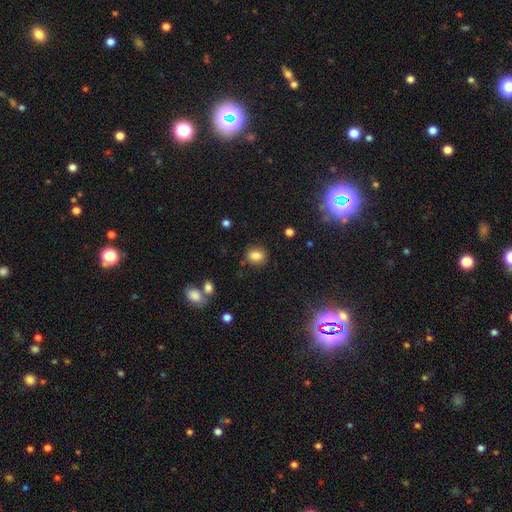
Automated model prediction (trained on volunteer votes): smooth 84%, star or artifact 10%, featured or disk 6%. Down the decision tree: how rounded — round (59%); merging — none (85%).